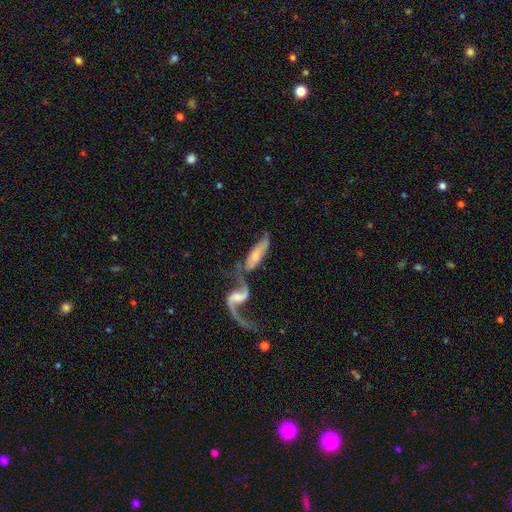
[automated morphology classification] smooth-or-featured: featured or disk: 52% | smooth: 41% | star or artifact: 7%
  disk-edge-on: no: 75% | yes: 25%
  merging: merger: 54% | none: 24% | minor disturbance: 11% | major disturbance: 11%